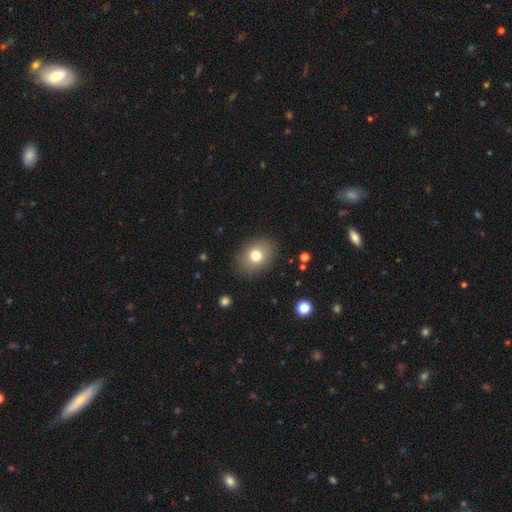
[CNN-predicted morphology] Smooth or featured?
  - smooth: 77% *
  - featured or disk: 13%
  - star or artifact: 10%
How rounded?
  - in between: 62% *
  - round: 37%
  - cigar-shaped: 1%
Merging?
  - none: 86% *
  - minor disturbance: 10%
  - major disturbance: 3%
  - merger: 1%